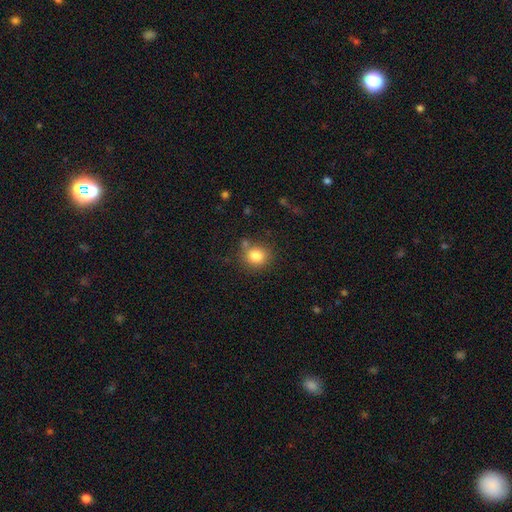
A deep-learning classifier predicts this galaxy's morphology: Smooth or featured: smooth — 82% (star or artifact — 11%)
How rounded: round — 83% (in between — 17%)
Merging: none — 74% (minor disturbance — 13%)